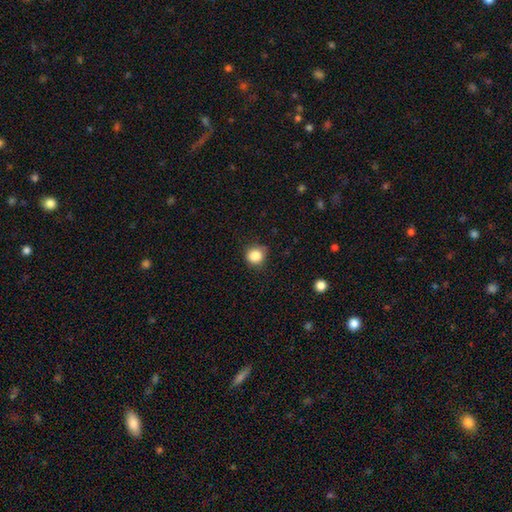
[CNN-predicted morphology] smooth_or_featured: smooth (p=0.85) [alt: star or artifact p=0.10]
how_rounded: round (p=0.87) [alt: in between p=0.12]
merging: none (p=0.79) [alt: minor disturbance p=0.17]